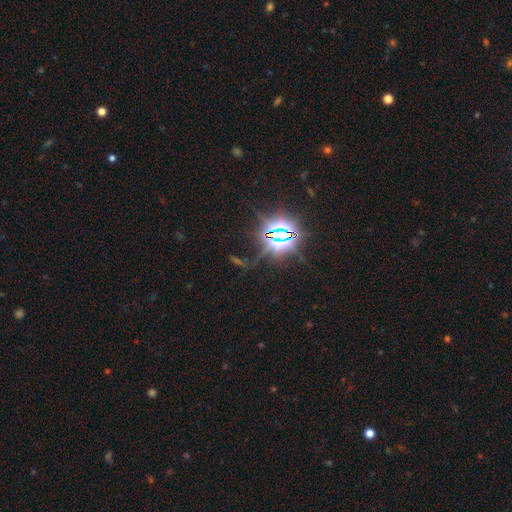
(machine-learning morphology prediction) smooth-or-featured: star or artifact: 83% | smooth: 10% | featured or disk: 7%